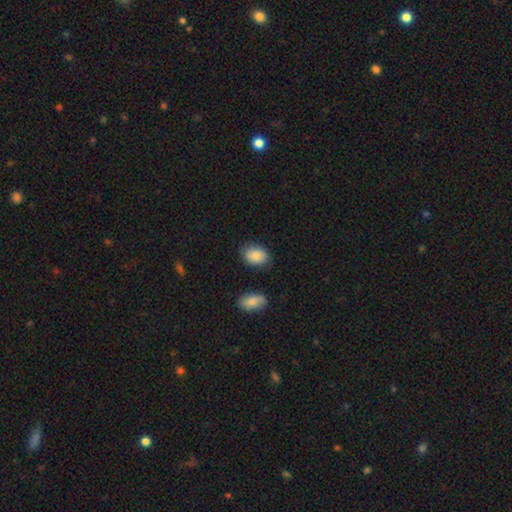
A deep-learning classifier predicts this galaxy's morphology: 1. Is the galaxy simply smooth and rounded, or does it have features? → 86% smooth, 8% featured or disk, 7% star or artifact.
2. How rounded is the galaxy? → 80% in between, 19% round, 1% cigar-shaped.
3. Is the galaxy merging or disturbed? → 77% none, 16% minor disturbance, 4% merger, 3% major disturbance.